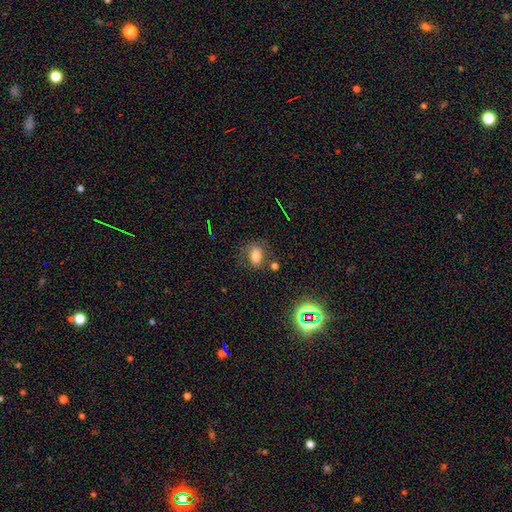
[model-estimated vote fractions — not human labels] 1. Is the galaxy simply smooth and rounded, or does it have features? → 70% smooth, 16% star or artifact, 15% featured or disk.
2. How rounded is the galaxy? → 73% in between, 25% round, 2% cigar-shaped.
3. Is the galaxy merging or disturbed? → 66% none, 18% minor disturbance, 9% major disturbance, 7% merger.